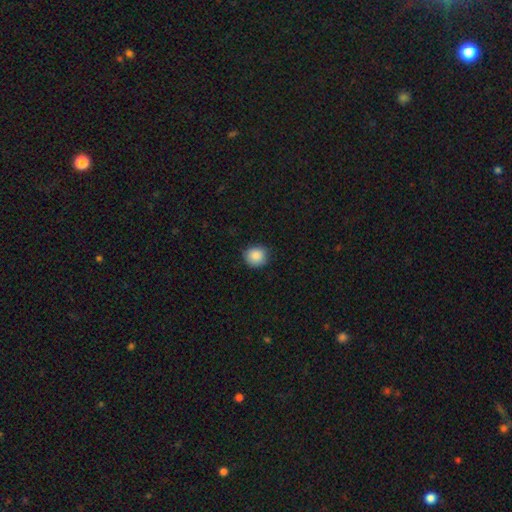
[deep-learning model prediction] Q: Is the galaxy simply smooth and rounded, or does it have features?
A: smooth — 88%.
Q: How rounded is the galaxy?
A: round — 85%.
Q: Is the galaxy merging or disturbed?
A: none — 86%.